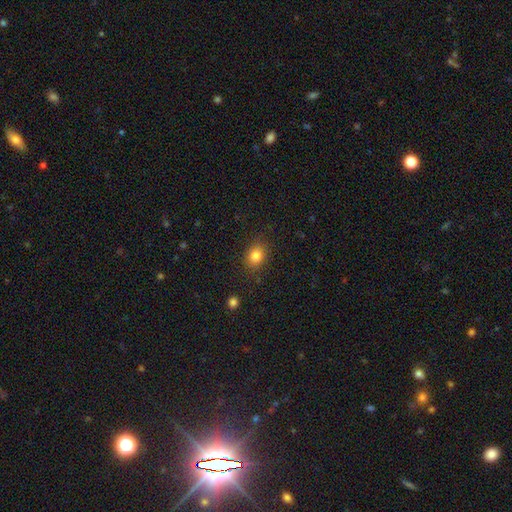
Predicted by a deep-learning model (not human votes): Smooth or featured: smooth — 83% (star or artifact — 10%)
How rounded: in between — 59% (round — 40%)
Merging: none — 85% (minor disturbance — 11%)